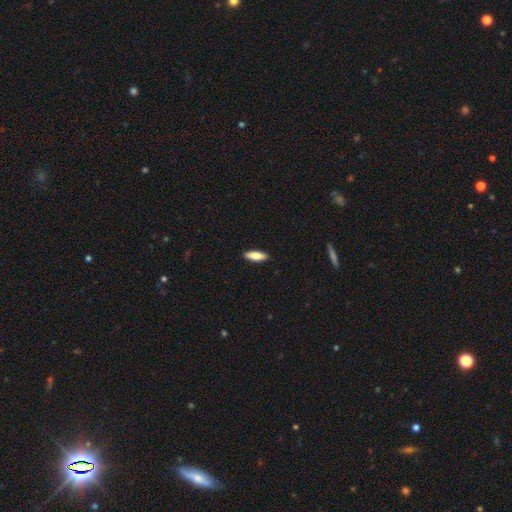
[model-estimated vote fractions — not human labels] Smooth or featured? Predicted: smooth (p=0.81). How rounded? Predicted: in between (p=0.52). Merging? Predicted: none (p=0.91).